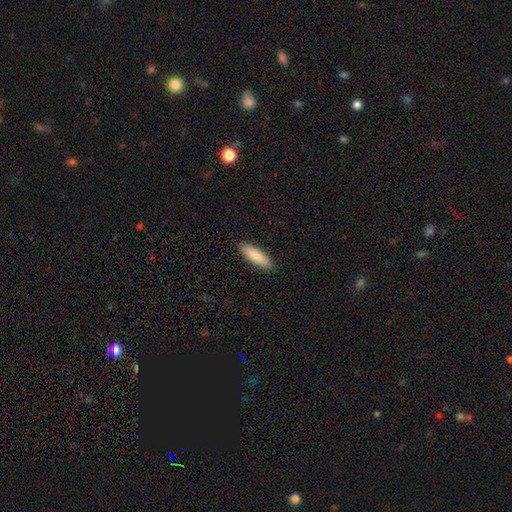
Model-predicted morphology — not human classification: smooth 88%, featured or disk 7%, star or artifact 5%. Down the decision tree: how rounded — cigar-shaped (56%); merging — none (90%).